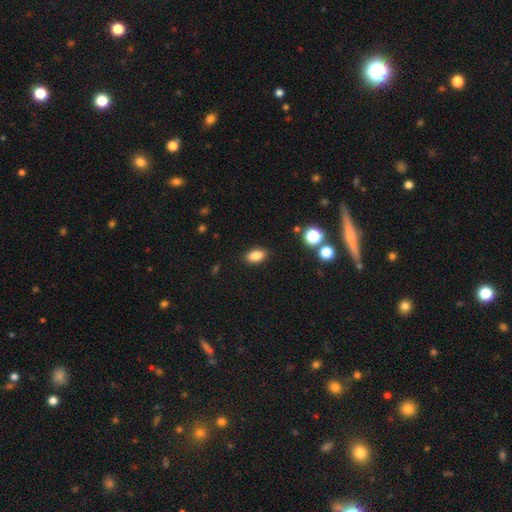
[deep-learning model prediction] Morphology: type=smooth (85%); roundness=in between (89%); merging=none (89%).